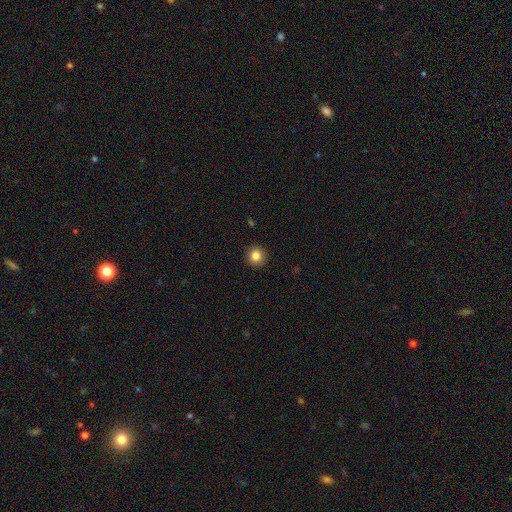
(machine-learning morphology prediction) Smooth or featured?
  - smooth: 84% *
  - star or artifact: 10%
  - featured or disk: 5%
How rounded?
  - round: 92% *
  - in between: 7%
  - cigar-shaped: 1%
Merging?
  - none: 92% *
  - minor disturbance: 6%
  - major disturbance: 2%
  - merger: 1%